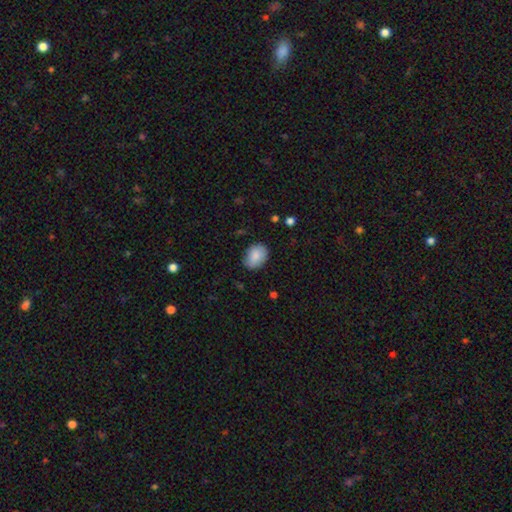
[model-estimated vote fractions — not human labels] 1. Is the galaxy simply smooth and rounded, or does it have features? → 85% smooth, 8% featured or disk, 7% star or artifact.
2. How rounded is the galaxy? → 67% in between, 32% round, 1% cigar-shaped.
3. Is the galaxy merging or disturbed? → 77% none, 18% minor disturbance, 3% major disturbance, 1% merger.